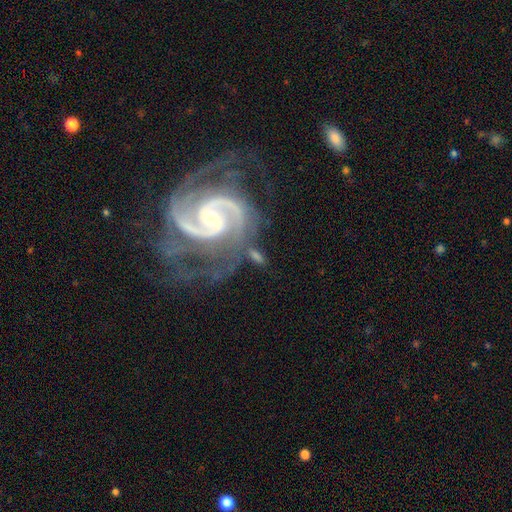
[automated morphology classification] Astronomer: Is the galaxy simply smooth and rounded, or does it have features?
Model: featured or disk — 84%.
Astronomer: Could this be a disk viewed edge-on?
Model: no — 97%.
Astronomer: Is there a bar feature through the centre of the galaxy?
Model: weak — 40% (runner-up: no, 38%).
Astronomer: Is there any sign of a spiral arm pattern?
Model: yes — 97%.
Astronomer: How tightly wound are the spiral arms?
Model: medium — 53% (runner-up: tight, 33%).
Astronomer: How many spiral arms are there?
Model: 2 — 85%.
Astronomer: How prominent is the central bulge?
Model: moderate — 51% (runner-up: small, 43%).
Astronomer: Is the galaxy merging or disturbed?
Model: none — 45% (runner-up: minor disturbance, 21%).